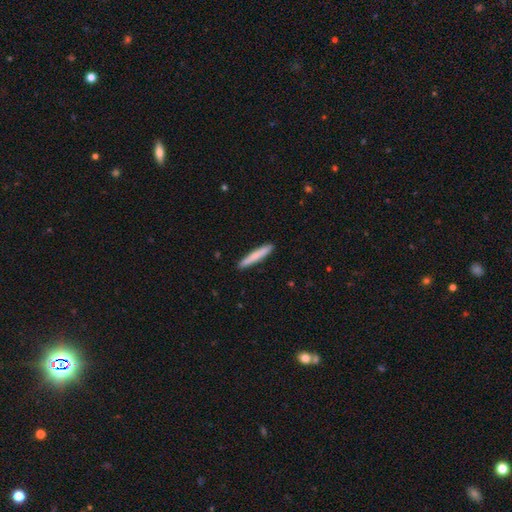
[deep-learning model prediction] A smooth galaxy with no disk features (78%) that is cigar-shaped (95%).

Vote fractions:
- Smooth or featured? smooth: 78% / featured or disk: 17% / star or artifact: 5%
- How rounded? cigar-shaped: 95% / in between: 3% / round: 1%
- Merging? none: 92% / minor disturbance: 6% / major disturbance: 1% / merger: 1%